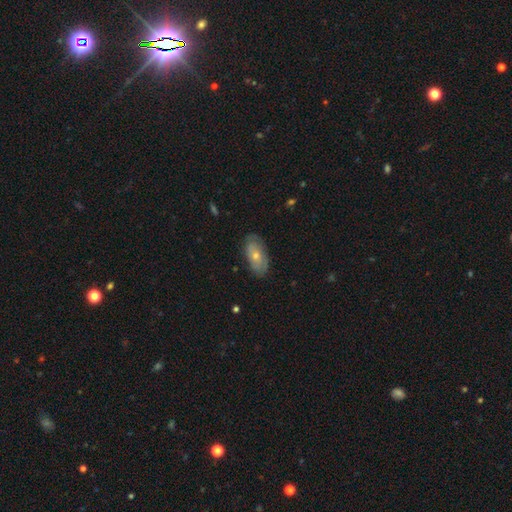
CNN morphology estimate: Smooth or featured? smooth (58%)
How rounded? in between (90%)
Merging? none (78%)